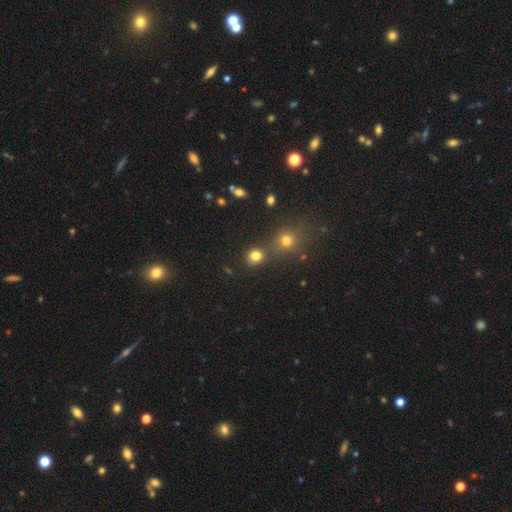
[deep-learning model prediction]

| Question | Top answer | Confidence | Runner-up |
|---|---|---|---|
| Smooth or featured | smooth | 79% | star or artifact (15%) |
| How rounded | round | 79% | in between (20%) |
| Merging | none | 68% | merger (19%) |